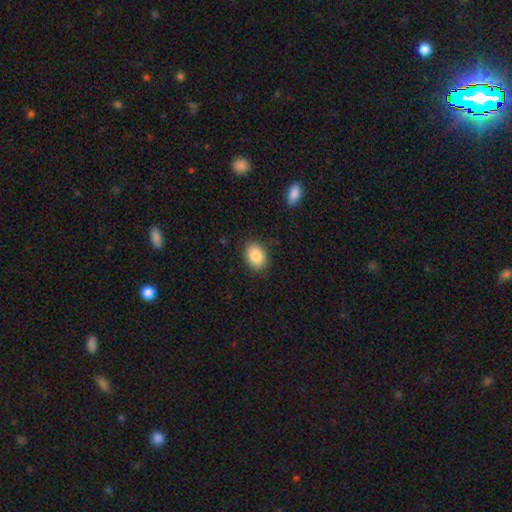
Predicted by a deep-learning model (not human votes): Q: Smooth or featured?
A: smooth (85%); runner-up: star or artifact (8%)
Q: How rounded?
A: in between (63%); runner-up: round (36%)
Q: Merging?
A: none (86%); runner-up: minor disturbance (11%)